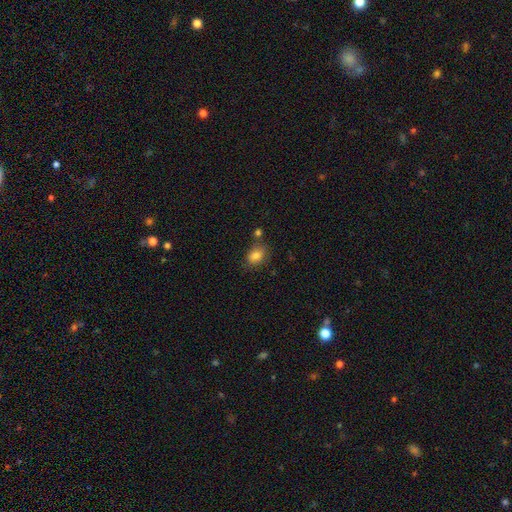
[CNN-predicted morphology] smooth-or-featured: smooth: 82% | star or artifact: 10% | featured or disk: 8%
  how-rounded: in between: 73% | round: 26% | cigar-shaped: 1%
  merging: none: 68% | minor disturbance: 17% | merger: 10% | major disturbance: 5%